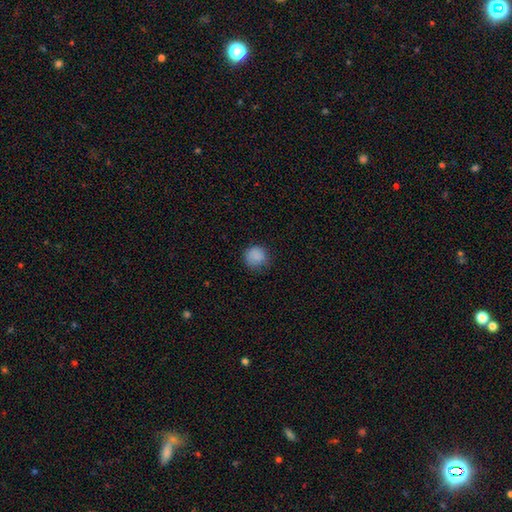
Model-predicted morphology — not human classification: Q: Smooth or featured?
A: smooth (85%); runner-up: star or artifact (10%)
Q: How rounded?
A: round (88%); runner-up: in between (11%)
Q: Merging?
A: none (73%); runner-up: minor disturbance (20%)